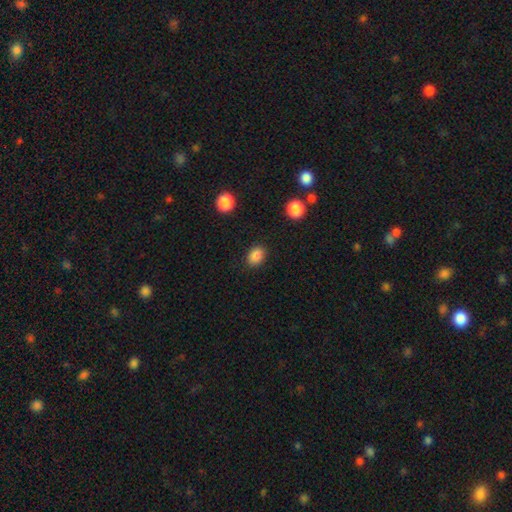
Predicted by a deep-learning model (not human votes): smooth 87%, star or artifact 10%, featured or disk 3%. Down the decision tree: how rounded — in between (63%); merging — none (86%).